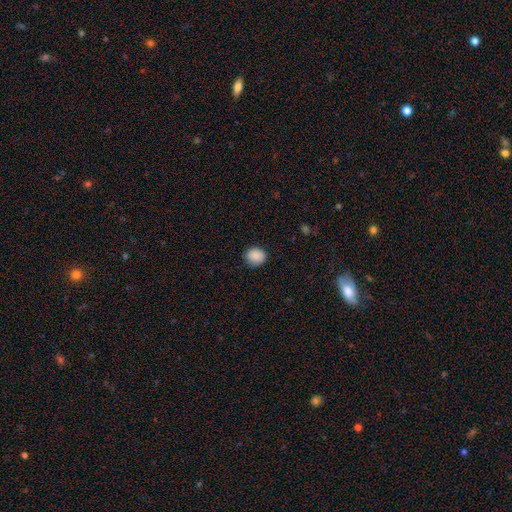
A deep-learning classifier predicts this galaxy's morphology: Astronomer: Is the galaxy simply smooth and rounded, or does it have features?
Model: smooth — 89%.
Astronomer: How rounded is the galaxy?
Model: round — 69%.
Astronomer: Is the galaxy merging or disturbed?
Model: none — 83%.